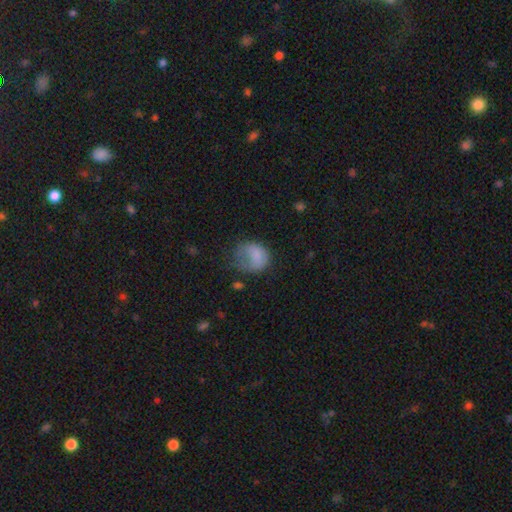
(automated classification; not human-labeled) Overall: smooth (73%). How rounded: round (58%; in between 41%). Merging: major disturbance (43%; minor disturbance 27%).